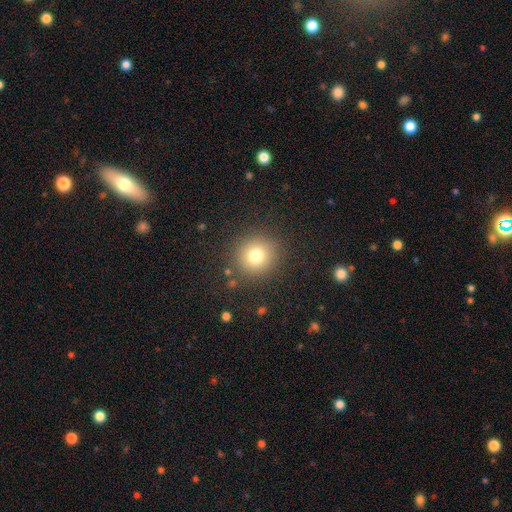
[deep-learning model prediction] The model was most divided on "smooth or featured": smooth: 76%, star or artifact: 14%, featured or disk: 10%. More confident: how rounded — round (91%); merging — none (88%).